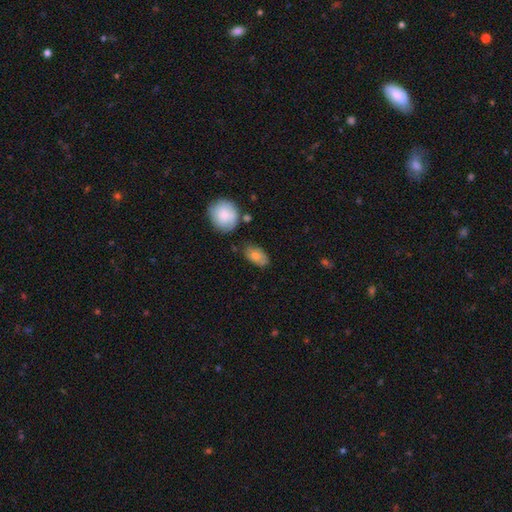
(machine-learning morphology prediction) type=smooth (74%); roundness=in between (88%); merging=none (70%).